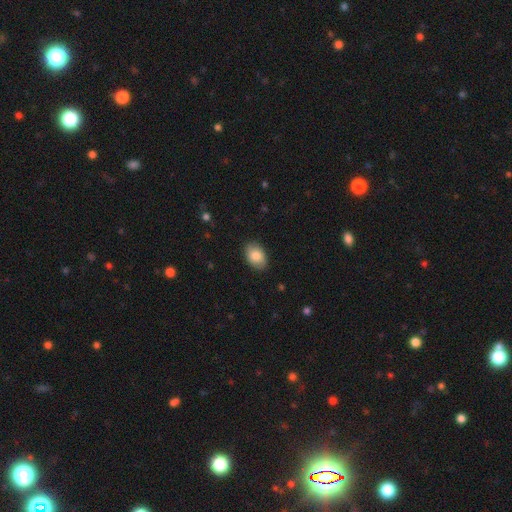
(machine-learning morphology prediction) Q: Smooth or featured?
A: smooth (85%); runner-up: featured or disk (8%)
Q: How rounded?
A: in between (86%); runner-up: round (13%)
Q: Merging?
A: none (88%); runner-up: minor disturbance (9%)